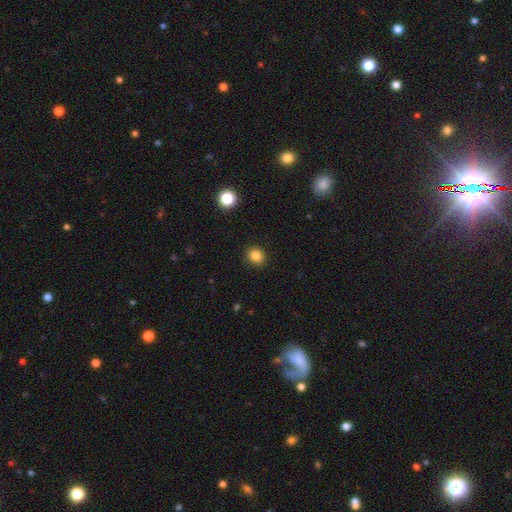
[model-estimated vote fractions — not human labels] The model was most divided on "how rounded": round: 76%, in between: 23%, cigar-shaped: 1%. More confident: merging — none (90%); smooth or featured — smooth (84%).